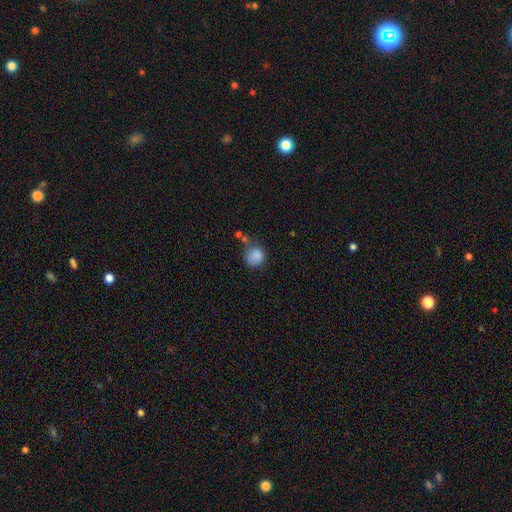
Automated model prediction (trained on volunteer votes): smooth 82%, star or artifact 9%, featured or disk 9%. Down the decision tree: how rounded — round (69%); merging — none (39%).